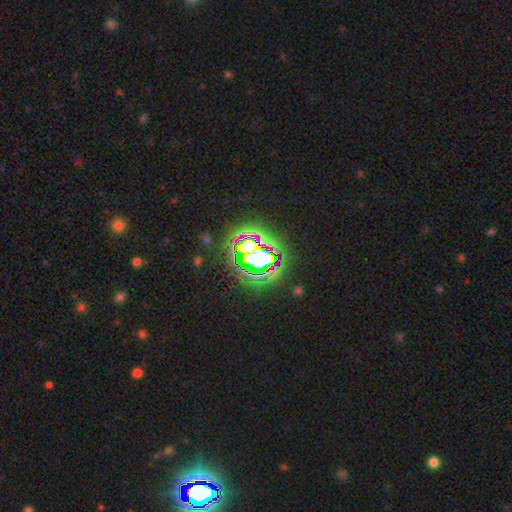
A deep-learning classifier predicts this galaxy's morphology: This appears to be a star or artifact, not a galaxy (69%).